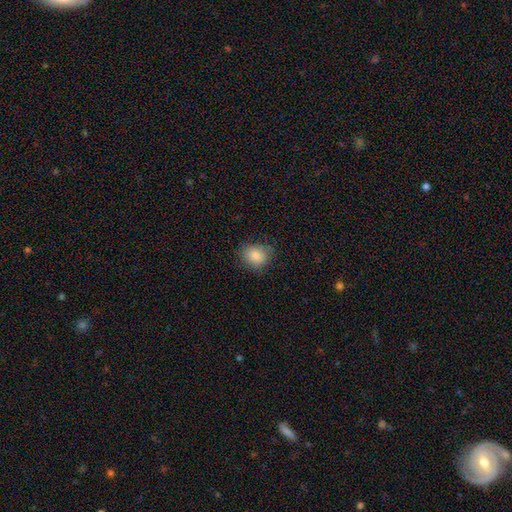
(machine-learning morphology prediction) Smooth or featured?
  - smooth: 85% *
  - star or artifact: 9%
  - featured or disk: 6%
How rounded?
  - round: 56% *
  - in between: 43%
  - cigar-shaped: 1%
Merging?
  - none: 79% *
  - minor disturbance: 16%
  - major disturbance: 4%
  - merger: 1%